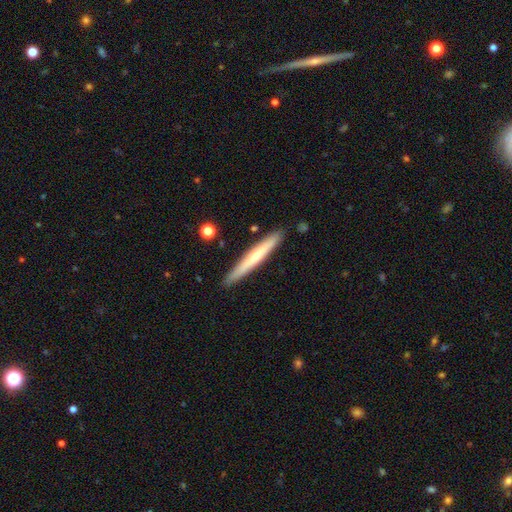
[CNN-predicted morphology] smooth-or-featured: smooth: 52% | featured or disk: 42% | star or artifact: 5%
  how-rounded: cigar-shaped: 96% | in between: 2% | round: 1%
  merging: none: 89% | minor disturbance: 8% | merger: 2% | major disturbance: 1%